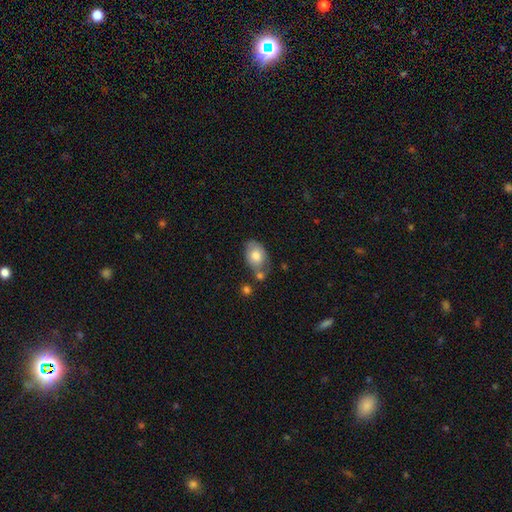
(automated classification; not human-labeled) smooth 77%, featured or disk 16%, star or artifact 7%. Down the decision tree: how rounded — in between (82%); merging — none (52%).